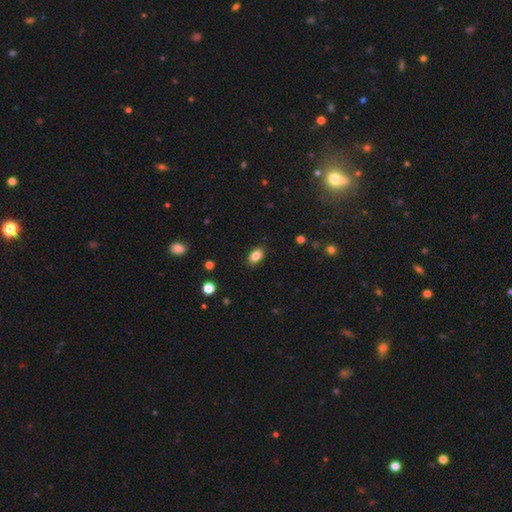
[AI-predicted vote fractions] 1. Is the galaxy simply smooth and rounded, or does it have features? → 84% smooth, 9% star or artifact, 6% featured or disk.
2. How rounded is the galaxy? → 87% in between, 12% round, 2% cigar-shaped.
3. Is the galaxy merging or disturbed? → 88% none, 9% minor disturbance, 2% major disturbance, 1% merger.